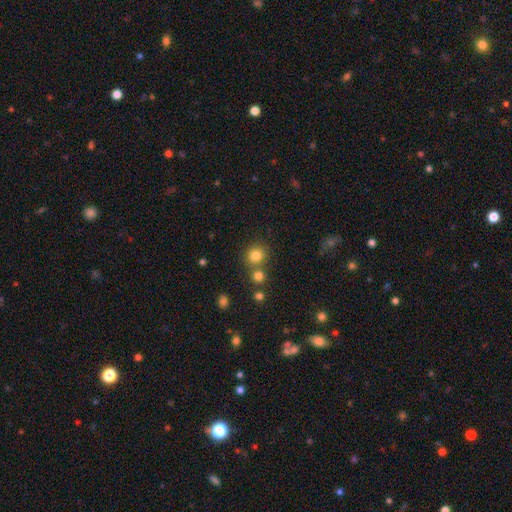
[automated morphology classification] Smooth or featured?
  - smooth: 81% *
  - star or artifact: 14%
  - featured or disk: 6%
How rounded?
  - round: 89% *
  - in between: 10%
  - cigar-shaped: 1%
Merging?
  - none: 68% *
  - merger: 21%
  - minor disturbance: 8%
  - major disturbance: 3%